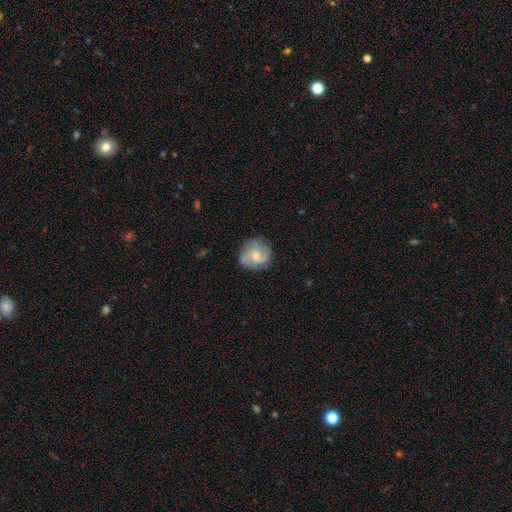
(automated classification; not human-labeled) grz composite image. It shows a featured or disk galaxy (73%) with no bar (58%), 2 (55%) medium (48%) spiral arms (94%) and a small central bulge (50%). Merging: none (78%).